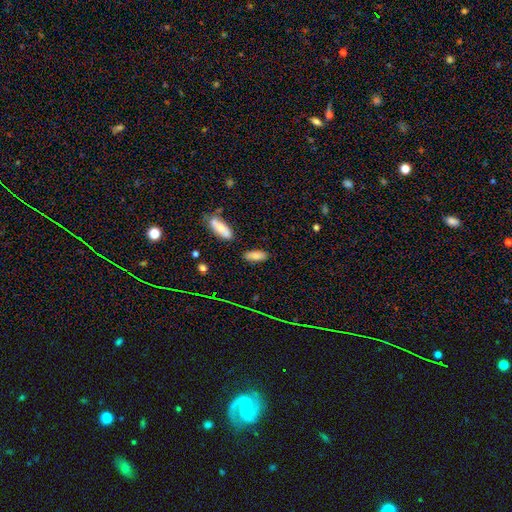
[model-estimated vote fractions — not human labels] Smooth or featured: smooth — 81% (star or artifact — 10%)
How rounded: in between — 83% (cigar-shaped — 14%)
Merging: none — 79% (minor disturbance — 14%)